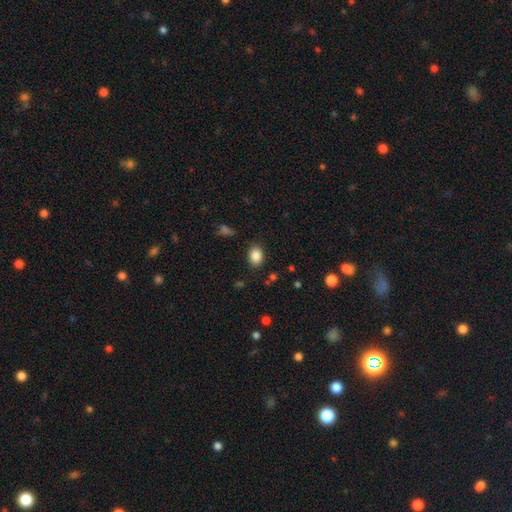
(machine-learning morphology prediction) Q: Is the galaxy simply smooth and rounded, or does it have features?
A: smooth — 86%.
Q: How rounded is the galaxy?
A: in between — 65%.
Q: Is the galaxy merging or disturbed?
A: none — 86%.